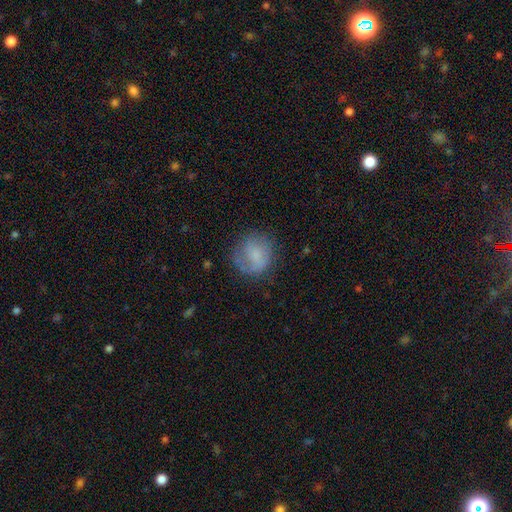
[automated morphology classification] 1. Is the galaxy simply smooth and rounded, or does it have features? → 66% smooth, 25% featured or disk, 9% star or artifact.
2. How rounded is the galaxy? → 82% round, 17% in between, 1% cigar-shaped.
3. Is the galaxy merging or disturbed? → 62% none, 23% minor disturbance, 13% major disturbance, 2% merger.